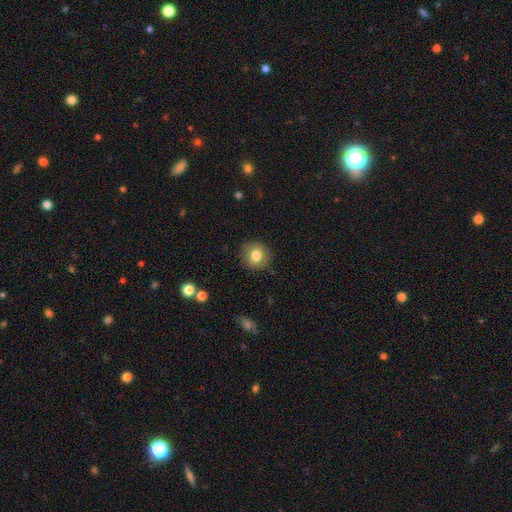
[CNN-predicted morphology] smooth 79%, featured or disk 11%, star or artifact 9%. Down the decision tree: how rounded — round (87%); merging — none (87%).